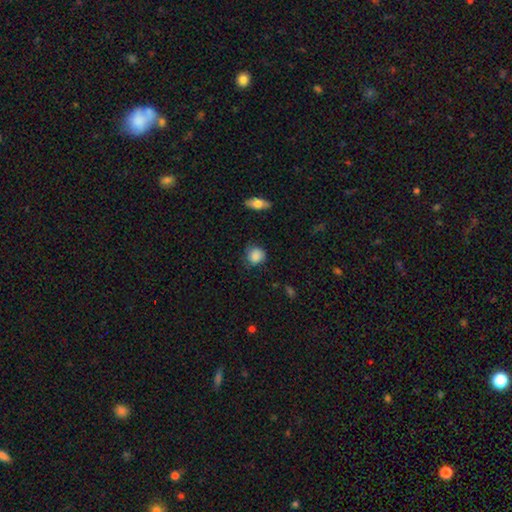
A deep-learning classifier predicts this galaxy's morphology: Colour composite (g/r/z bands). It shows a smooth galaxy with no disk features (86%) that is round (81%). Merging: none (70%).